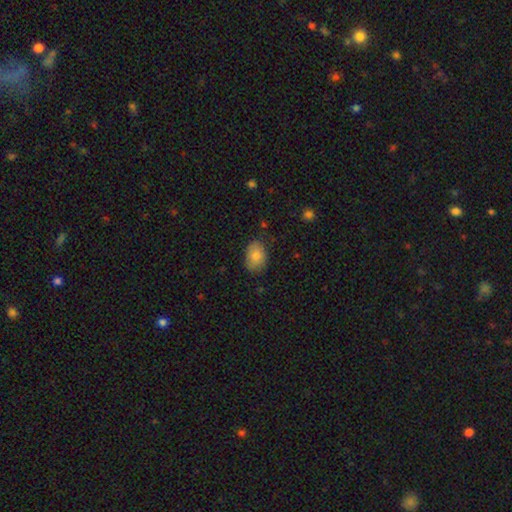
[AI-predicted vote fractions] smooth 81%, featured or disk 12%, star or artifact 8%. Down the decision tree: how rounded — in between (81%); merging — none (78%).